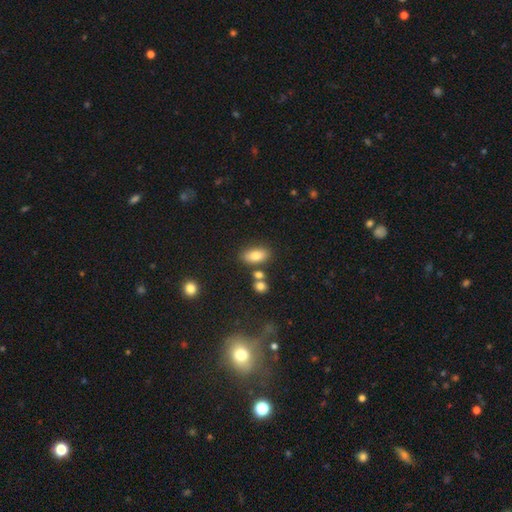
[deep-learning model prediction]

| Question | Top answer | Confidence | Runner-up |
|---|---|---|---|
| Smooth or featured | smooth | 78% | featured or disk (12%) |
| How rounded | in between | 87% | round (7%) |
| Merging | none | 71% | merger (14%) |